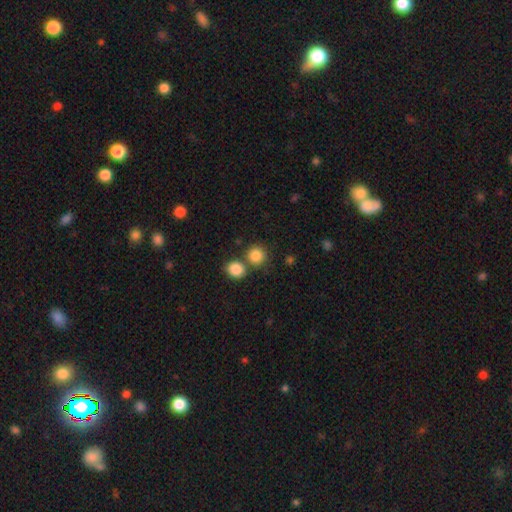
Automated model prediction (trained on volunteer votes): A smooth galaxy with no disk features (85%) that is round (88%).

Vote fractions:
- Smooth or featured? smooth: 85% / star or artifact: 10% / featured or disk: 5%
- How rounded? round: 88% / in between: 11% / cigar-shaped: 1%
- Merging? none: 66% / merger: 24% / minor disturbance: 7% / major disturbance: 3%